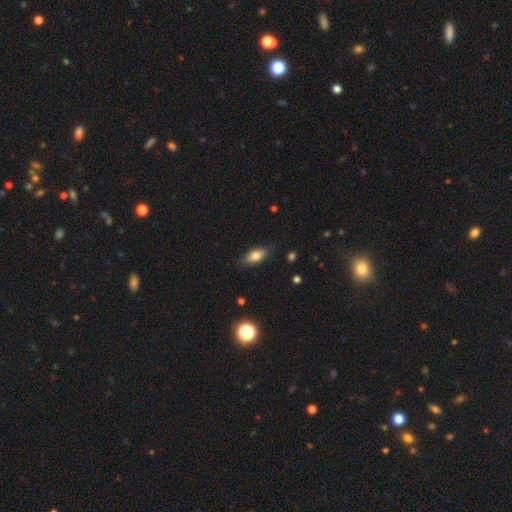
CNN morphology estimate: Smooth or featured? Predicted: smooth (p=0.78). How rounded? Predicted: in between (p=0.86). Merging? Predicted: none (p=0.83).